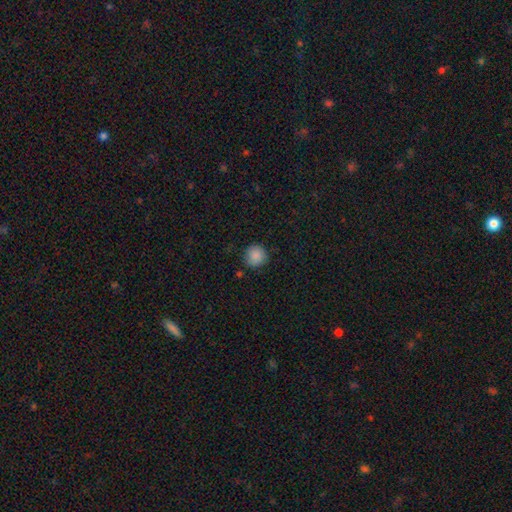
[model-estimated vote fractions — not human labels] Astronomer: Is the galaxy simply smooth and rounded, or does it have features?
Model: smooth — 88%.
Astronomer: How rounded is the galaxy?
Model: round — 93%.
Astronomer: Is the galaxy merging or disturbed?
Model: none — 85%.